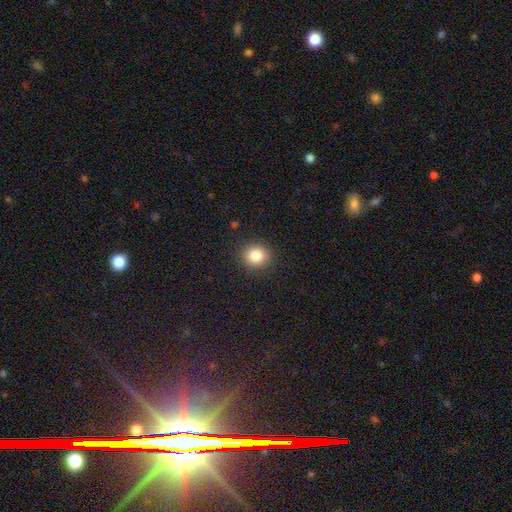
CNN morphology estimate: type=smooth (84%); roundness=round (85%); merging=none (89%).